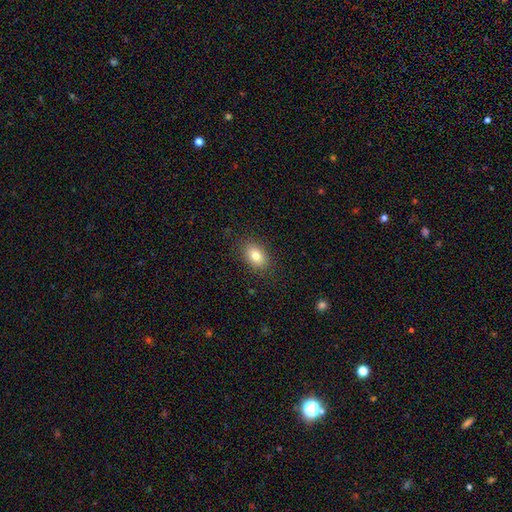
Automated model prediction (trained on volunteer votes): Smooth or featured: smooth — 82% (featured or disk — 10%)
How rounded: in between — 84% (round — 15%)
Merging: none — 86% (minor disturbance — 10%)